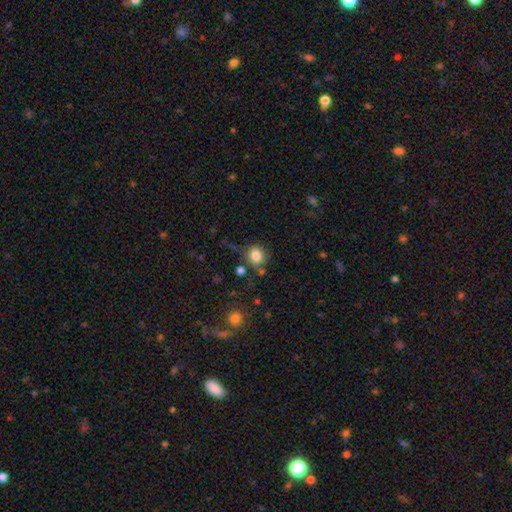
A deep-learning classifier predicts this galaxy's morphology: Q: Smooth or featured?
A: smooth (83%); runner-up: star or artifact (11%)
Q: How rounded?
A: round (75%); runner-up: in between (24%)
Q: Merging?
A: none (69%); runner-up: minor disturbance (18%)